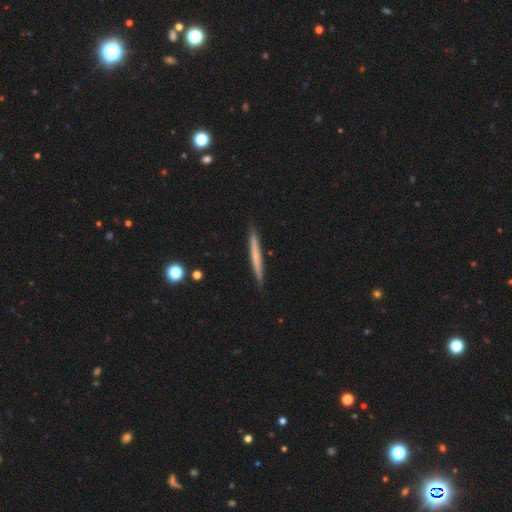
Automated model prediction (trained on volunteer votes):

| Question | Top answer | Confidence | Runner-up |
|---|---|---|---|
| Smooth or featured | smooth | 51% | featured or disk (43%) |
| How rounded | cigar-shaped | 97% | in between (2%) |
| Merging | none | 90% | minor disturbance (7%) |